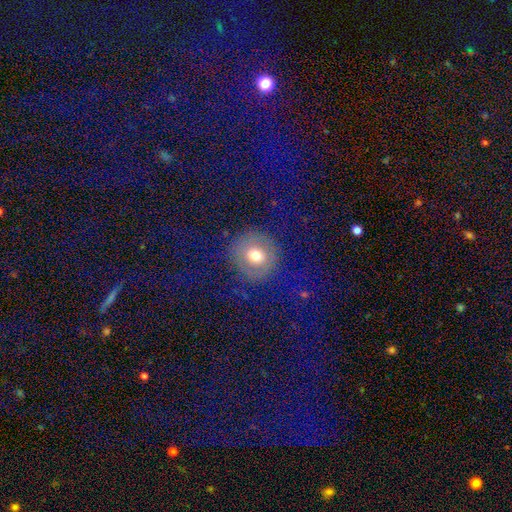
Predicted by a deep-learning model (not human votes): Q: Smooth or featured?
A: smooth (66%); runner-up: featured or disk (18%)
Q: How rounded?
A: round (90%); runner-up: in between (8%)
Q: Merging?
A: none (82%); runner-up: minor disturbance (10%)